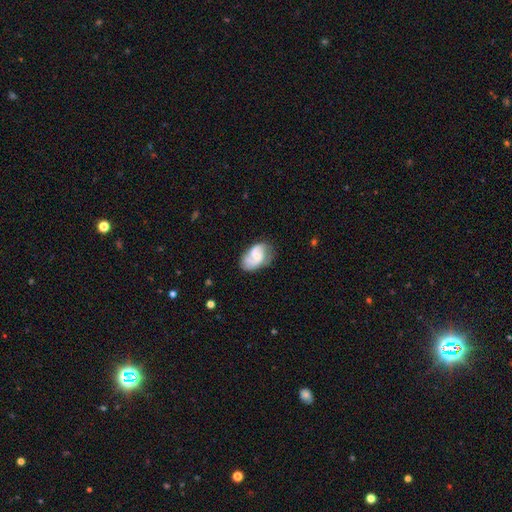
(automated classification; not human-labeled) smooth_or_featured: featured or disk (p=0.60) [alt: smooth p=0.33]
disk_edge_on: no (p=0.97) [alt: yes p=0.03]
bar: weak (p=0.46) [alt: no p=0.40]
has_spiral_arms: yes (p=0.81) [alt: no p=0.19]
bulge_size: small (p=0.43) [alt: moderate p=0.30]
merging: none (p=0.56) [alt: minor disturbance p=0.27]